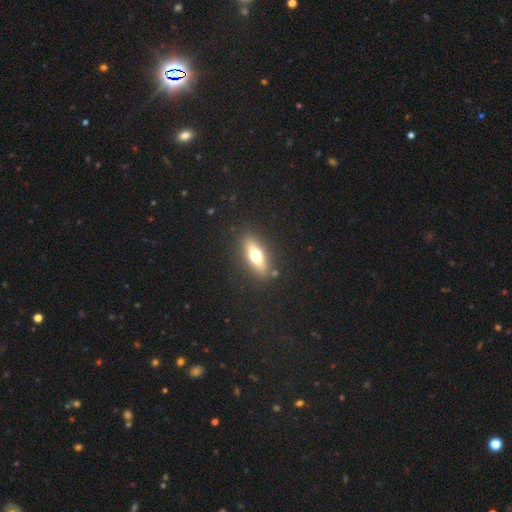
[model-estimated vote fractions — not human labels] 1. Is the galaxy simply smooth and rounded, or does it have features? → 51% smooth, 41% featured or disk, 8% star or artifact.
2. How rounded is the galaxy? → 49% in between, 47% cigar-shaped, 4% round.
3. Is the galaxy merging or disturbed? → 86% none, 9% minor disturbance, 3% major disturbance, 2% merger.